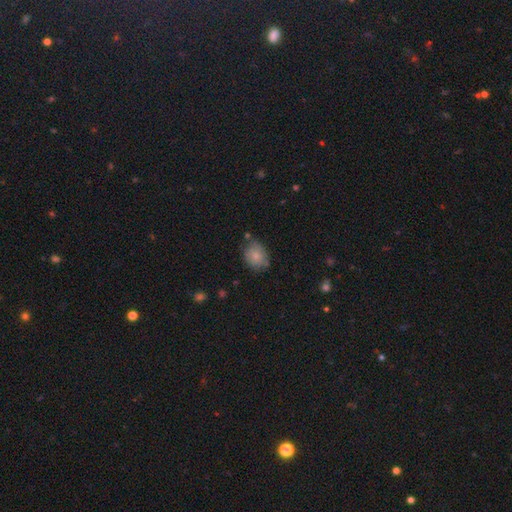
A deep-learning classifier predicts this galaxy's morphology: Smooth or featured: smooth — 81% (featured or disk — 10%)
How rounded: round — 49% (tied with in between — 49%)
Merging: none — 66% (minor disturbance — 24%)